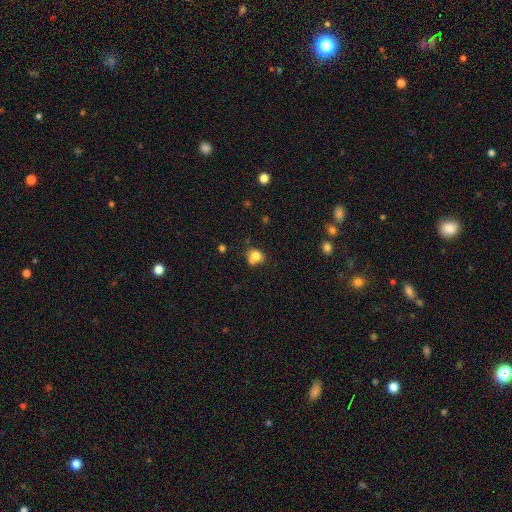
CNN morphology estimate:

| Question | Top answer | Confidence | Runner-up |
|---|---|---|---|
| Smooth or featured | smooth | 76% | featured or disk (12%) |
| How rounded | round | 68% | in between (31%) |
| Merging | none | 45% | merger (33%) |